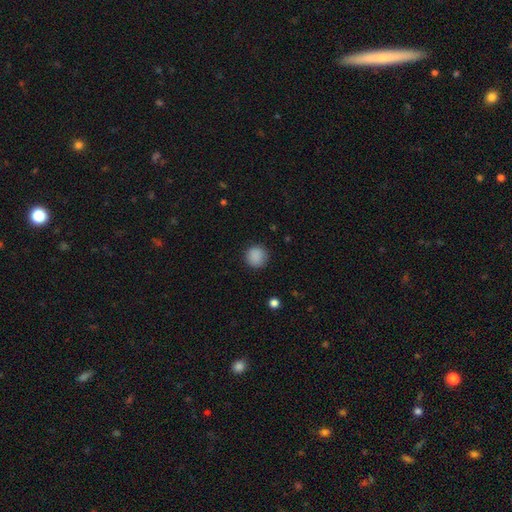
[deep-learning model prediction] Overall: smooth (88%). How rounded: round (92%). Merging: none (89%).